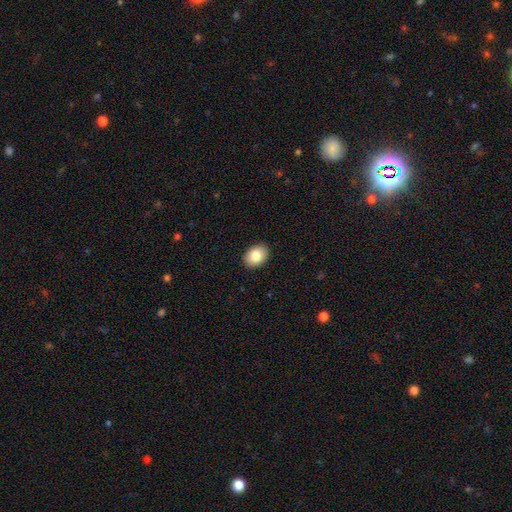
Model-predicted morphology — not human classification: smooth-or-featured: smooth: 85% | star or artifact: 7% | featured or disk: 7%
  how-rounded: in between: 76% | round: 23% | cigar-shaped: 1%
  merging: none: 90% | minor disturbance: 7% | major disturbance: 2% | merger: 1%